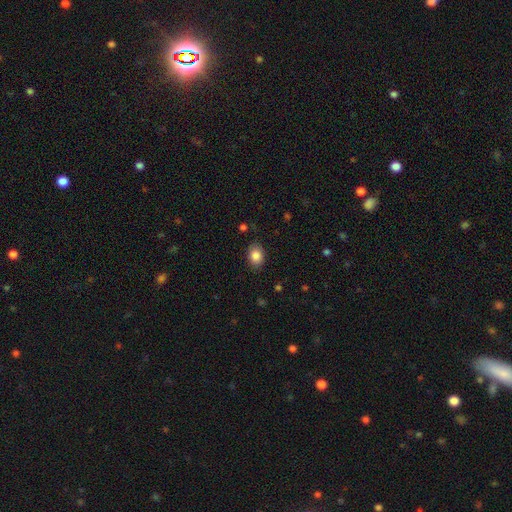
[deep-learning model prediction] Overall: smooth (86%). How rounded: in between (69%; round 30%). Merging: none (83%).